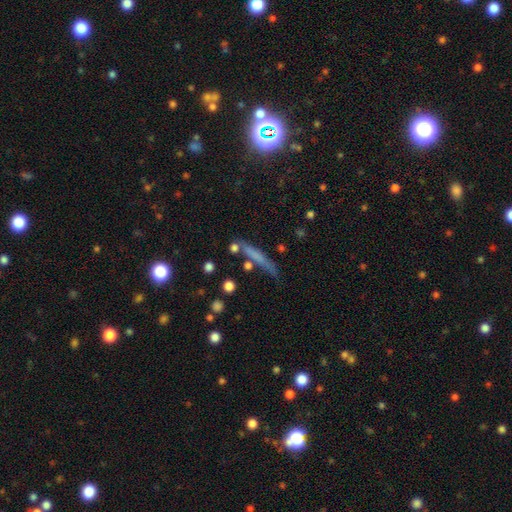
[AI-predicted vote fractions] Q: Smooth or featured?
A: smooth (60%); runner-up: featured or disk (30%)
Q: How rounded?
A: cigar-shaped (91%); runner-up: in between (5%)
Q: Merging?
A: none (71%); runner-up: minor disturbance (17%)